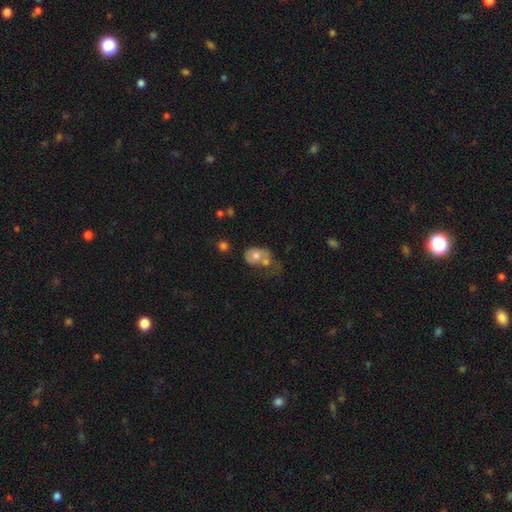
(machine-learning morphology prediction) A smooth galaxy with no disk features (64%) that is in between round and cigar-shaped (61%). Merging: merger (50%).